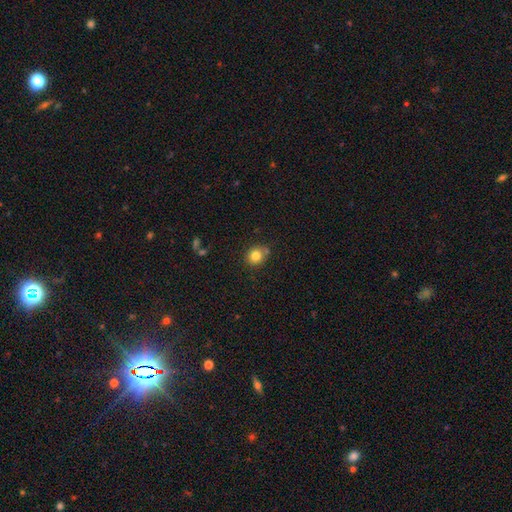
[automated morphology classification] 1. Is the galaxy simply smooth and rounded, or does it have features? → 80% smooth, 11% star or artifact, 9% featured or disk.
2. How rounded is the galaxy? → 74% round, 25% in between, 1% cigar-shaped.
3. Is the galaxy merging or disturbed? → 70% none, 16% minor disturbance, 10% merger, 4% major disturbance.